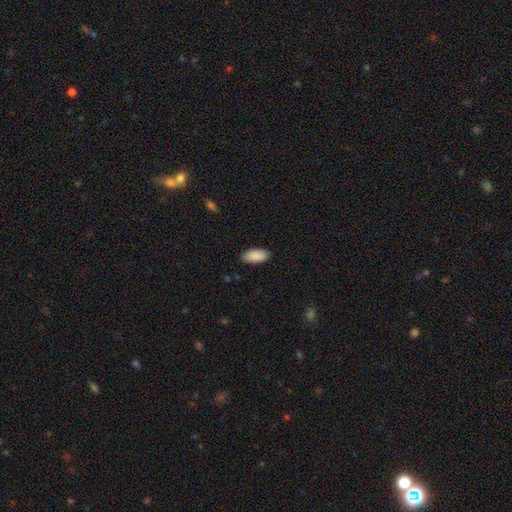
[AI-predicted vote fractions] Smooth or featured? smooth (90%)
How rounded? in between (89%)
Merging? none (88%)